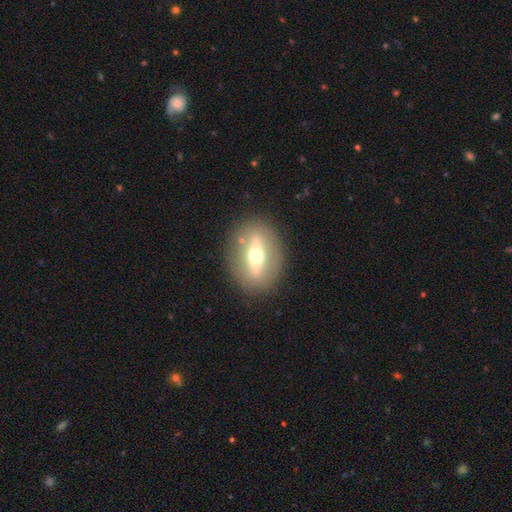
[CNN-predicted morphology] Overall: featured or disk (56%; smooth 36%). Edge-on disk: no (58%; yes 42%). Merging: none (85%).